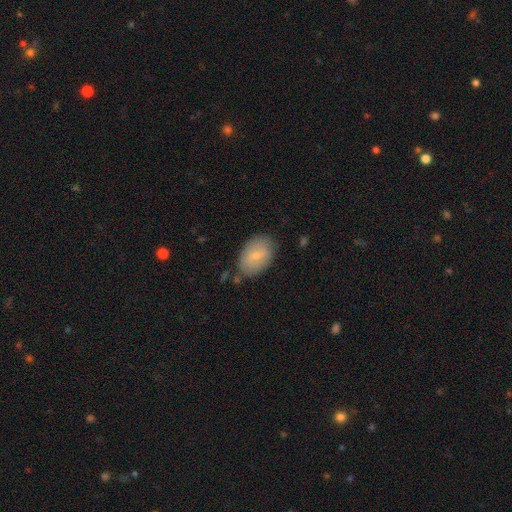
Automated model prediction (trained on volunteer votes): Smooth or featured? smooth (66%)
How rounded? in between (88%)
Merging? none (78%)